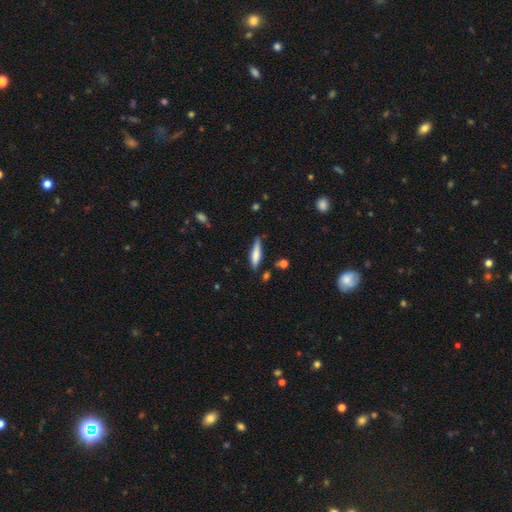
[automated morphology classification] A smooth galaxy with no disk features (69%) that is cigar-shaped (73%). Merging: none (70%).